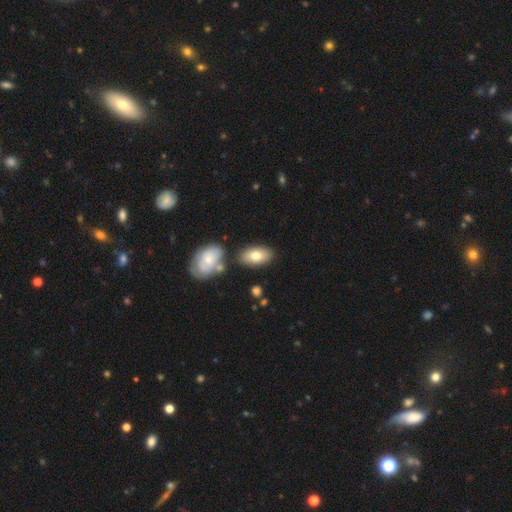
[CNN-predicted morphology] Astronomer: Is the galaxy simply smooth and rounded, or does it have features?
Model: smooth — 76%.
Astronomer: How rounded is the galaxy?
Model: in between — 93%.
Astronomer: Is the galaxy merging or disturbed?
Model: none — 74%.